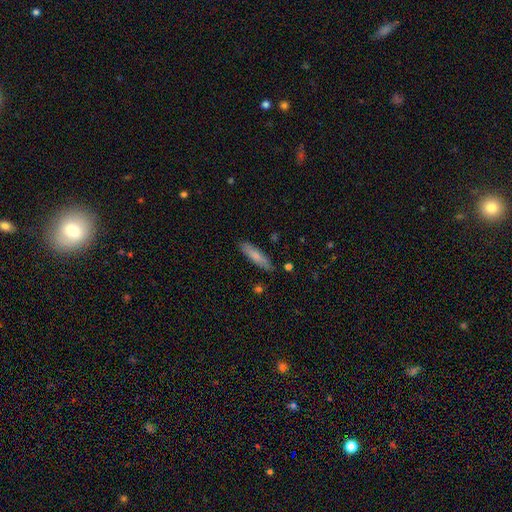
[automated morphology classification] Smooth or featured?
  - smooth: 74% *
  - featured or disk: 20%
  - star or artifact: 6%
How rounded?
  - cigar-shaped: 79% *
  - in between: 19%
  - round: 1%
Merging?
  - none: 85% *
  - minor disturbance: 11%
  - major disturbance: 2%
  - merger: 2%